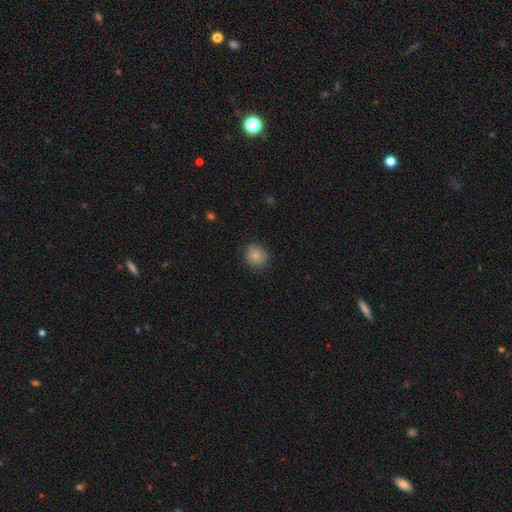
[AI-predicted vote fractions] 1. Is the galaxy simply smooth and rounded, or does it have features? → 84% smooth, 9% star or artifact, 6% featured or disk.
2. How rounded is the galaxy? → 78% round, 21% in between, 1% cigar-shaped.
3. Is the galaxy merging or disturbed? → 84% none, 12% minor disturbance, 3% major disturbance, 1% merger.